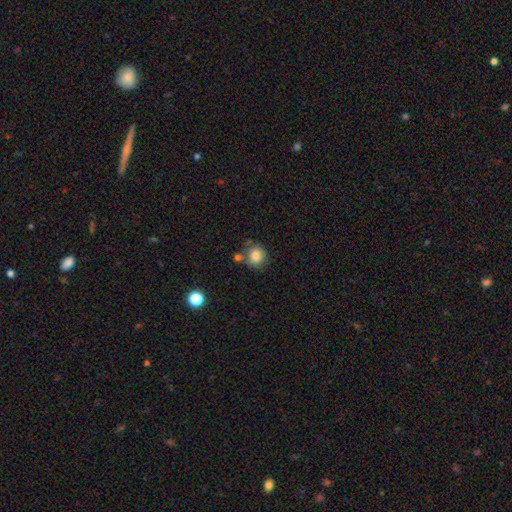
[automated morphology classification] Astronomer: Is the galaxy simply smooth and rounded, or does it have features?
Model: smooth — 84%.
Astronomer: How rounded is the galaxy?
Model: round — 81%.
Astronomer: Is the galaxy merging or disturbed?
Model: none — 63%.